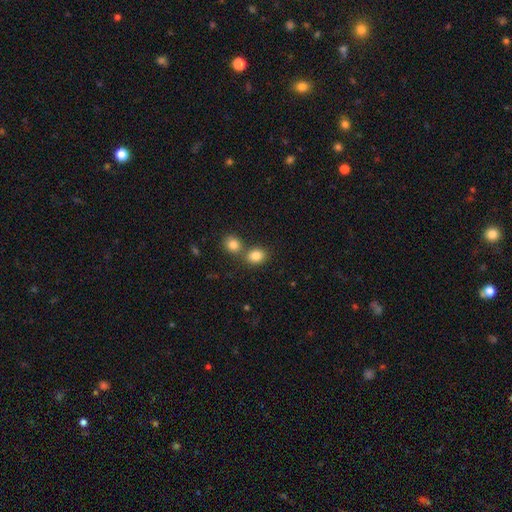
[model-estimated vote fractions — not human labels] Smooth or featured: smooth — 83% (star or artifact — 10%)
How rounded: round — 56% (in between — 43%)
Merging: none — 56% (merger — 33%)